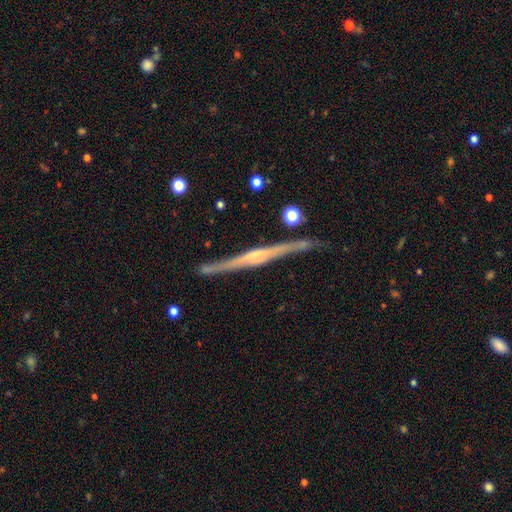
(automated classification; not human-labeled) A featured or disk galaxy (83%) viewed edge-on (98%) with a rounded central bulge (58%). Merging: none (84%).